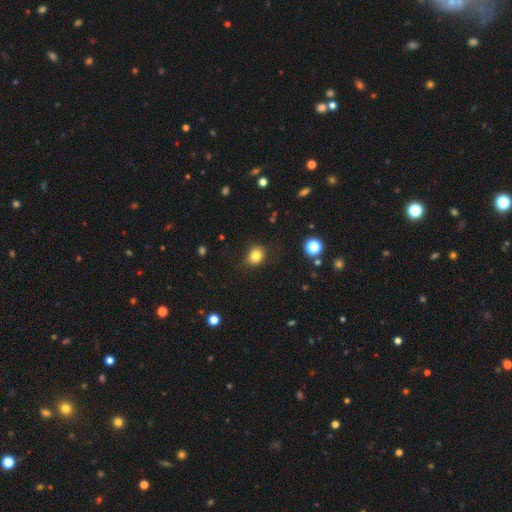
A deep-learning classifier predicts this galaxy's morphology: Overall: smooth (82%). How rounded: round (70%; in between 30%). Merging: none (83%).